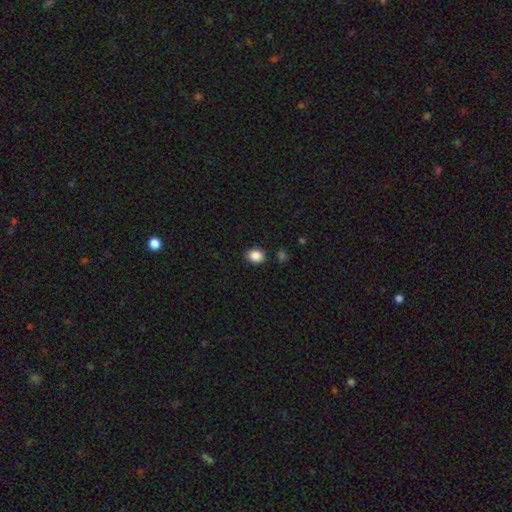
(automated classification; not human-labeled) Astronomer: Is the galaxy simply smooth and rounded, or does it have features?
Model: smooth — 87%.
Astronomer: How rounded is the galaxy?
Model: round — 59% (runner-up: in between, 40%).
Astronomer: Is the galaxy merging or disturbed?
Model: none — 87%.